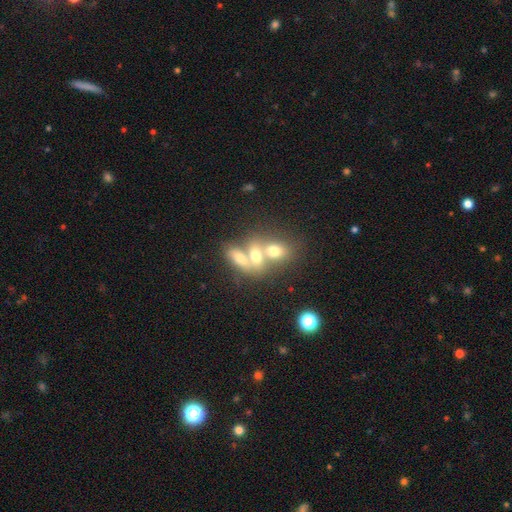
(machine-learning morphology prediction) A smooth galaxy with no disk features (50%).

Vote fractions:
- Smooth or featured? smooth: 50% / featured or disk: 36% / star or artifact: 14%
- Merging? merger: 69% / none: 20% / minor disturbance: 6% / major disturbance: 5%